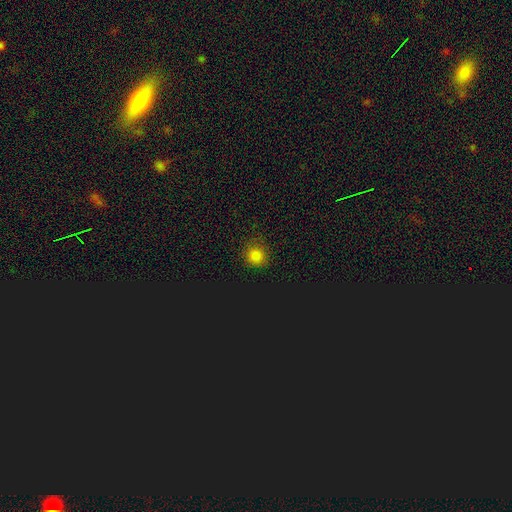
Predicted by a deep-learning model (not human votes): The model was most divided on "smooth or featured": smooth: 77%, star or artifact: 19%, featured or disk: 4%. More confident: how rounded — round (90%); merging — none (85%).